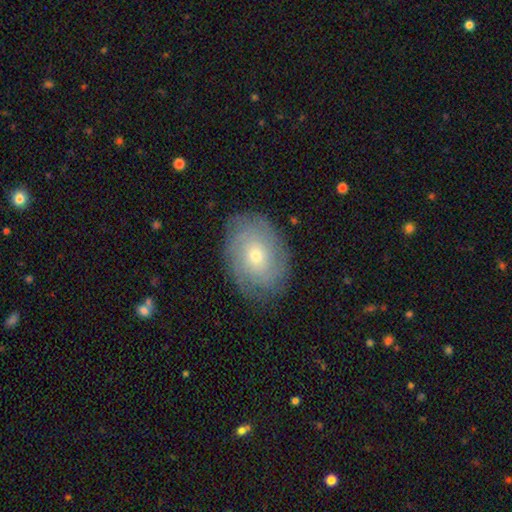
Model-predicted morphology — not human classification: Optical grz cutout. It shows a featured or disk galaxy (65%) with no bar (80%), tight (73%) spiral arms (86%) and a small central bulge (58%). Merging: none (82%).